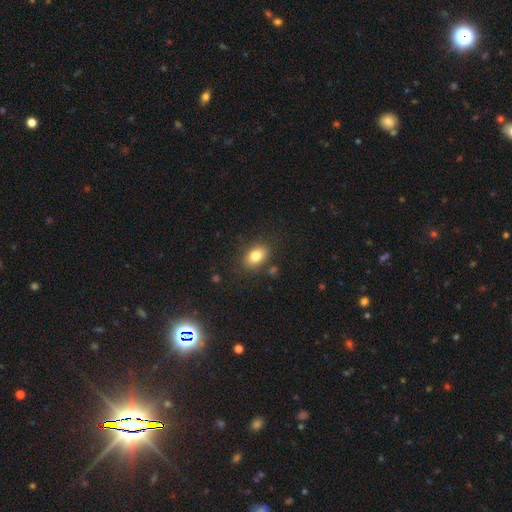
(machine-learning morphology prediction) Smooth or featured? Predicted: smooth (p=0.82). How rounded? Predicted: in between (p=0.82). Merging? Predicted: none (p=0.81).